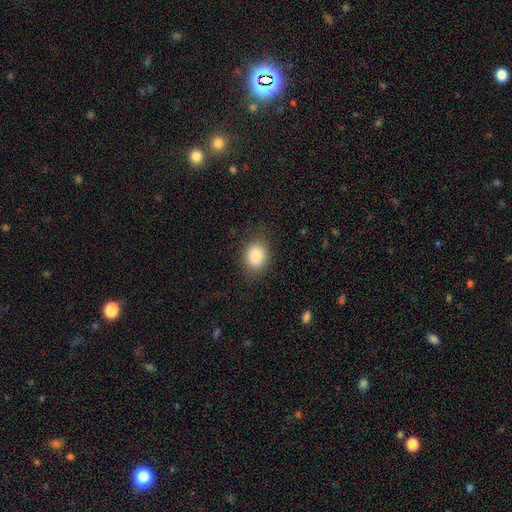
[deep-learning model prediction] Q: Smooth or featured?
A: smooth (84%); runner-up: star or artifact (9%)
Q: How rounded?
A: in between (51%); runner-up: round (48%)
Q: Merging?
A: none (81%); runner-up: minor disturbance (13%)